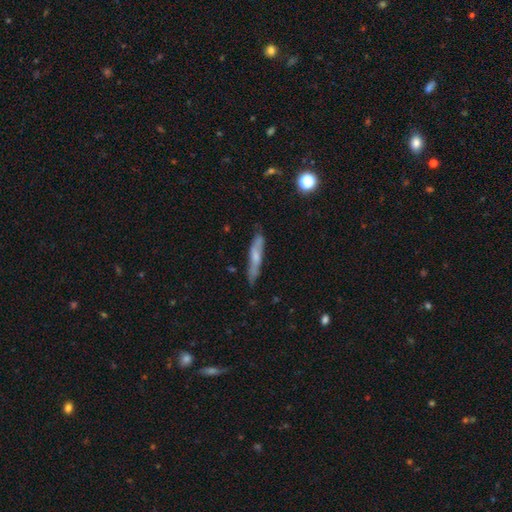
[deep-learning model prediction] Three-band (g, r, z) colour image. It shows a smooth galaxy with no disk features (50%). Merging: none (79%).